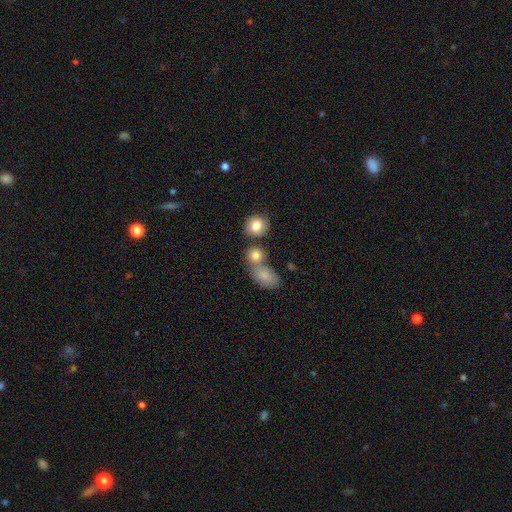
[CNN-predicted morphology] type=smooth (80%); roundness=round (61%); merging=none (47%).